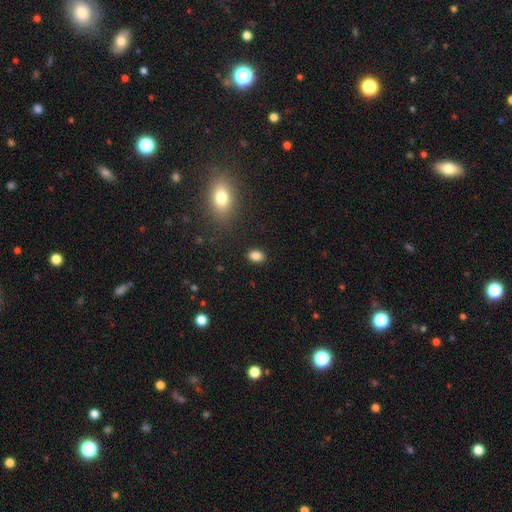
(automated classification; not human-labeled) Morphology: type=smooth (85%); roundness=in between (84%); merging=none (87%).